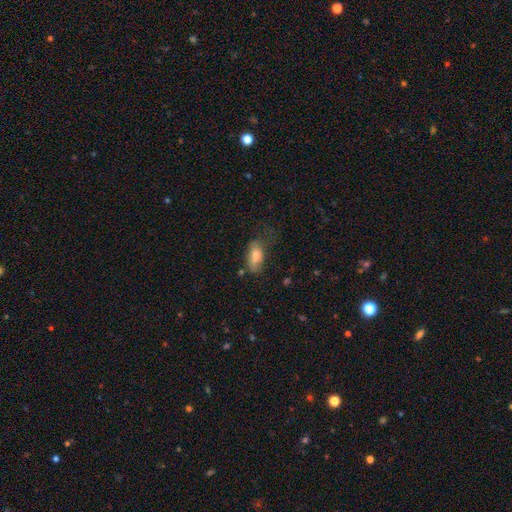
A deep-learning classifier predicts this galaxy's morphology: Smooth or featured? smooth (75%)
How rounded? in between (84%)
Merging? none (41%)